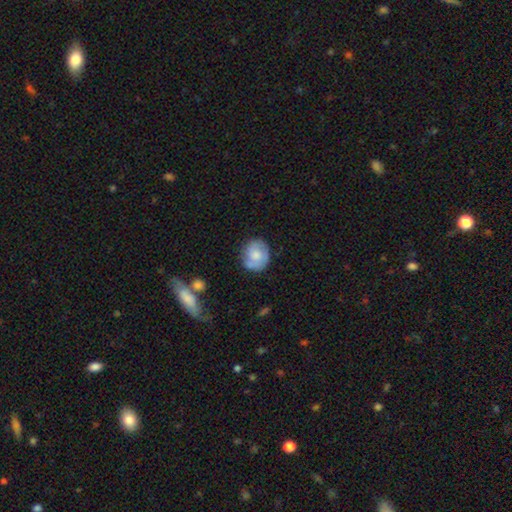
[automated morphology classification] A smooth galaxy with no disk features (63%) that is round (76%).

Vote fractions:
- Smooth or featured? smooth: 63% / featured or disk: 30% / star or artifact: 7%
- How rounded? round: 76% / in between: 23% / cigar-shaped: 1%
- Merging? none: 62% / minor disturbance: 25% / major disturbance: 8% / merger: 5%